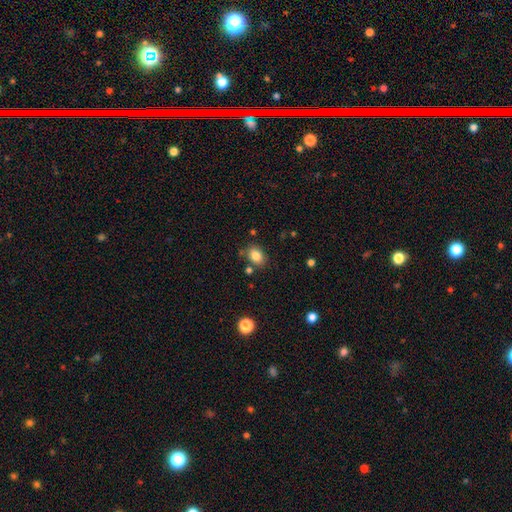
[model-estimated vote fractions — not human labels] Smooth or featured: smooth — 83% (star or artifact — 10%)
How rounded: in between — 68% (round — 31%)
Merging: none — 78% (minor disturbance — 13%)